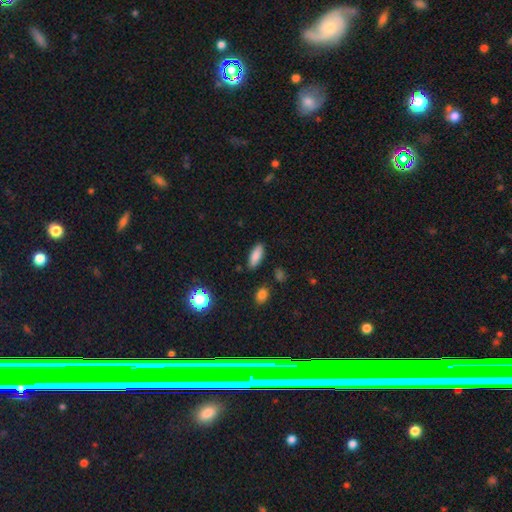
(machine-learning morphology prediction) A smooth galaxy with no disk features (83%) that is in between round and cigar-shaped (72%). Merging: none (86%).